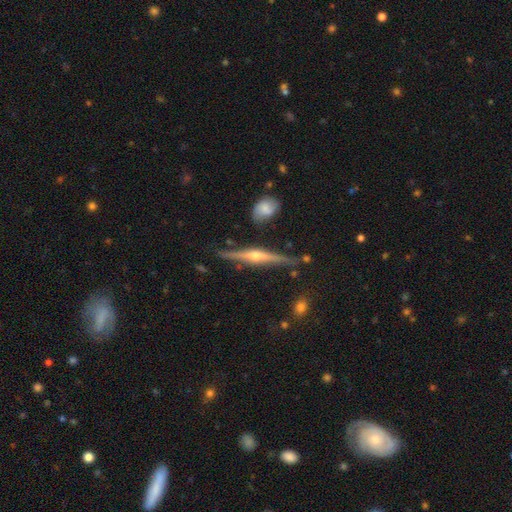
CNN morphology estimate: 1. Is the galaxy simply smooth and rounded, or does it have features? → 83% featured or disk, 11% smooth, 6% star or artifact.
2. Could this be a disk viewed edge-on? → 97% yes, 3% no.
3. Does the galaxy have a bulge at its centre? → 86% rounded, 7% none, 7% boxy.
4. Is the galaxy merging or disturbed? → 82% none, 12% minor disturbance, 3% merger, 3% major disturbance.